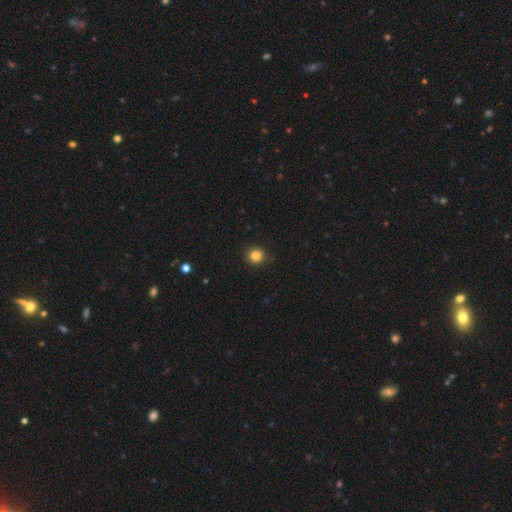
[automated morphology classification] Overall: smooth (84%). How rounded: round (93%). Merging: none (92%).